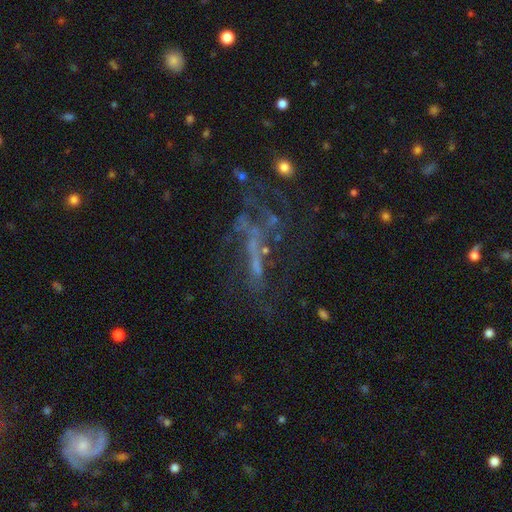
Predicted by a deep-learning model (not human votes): Smooth or featured? Predicted: featured or disk (p=0.47). Merging? Predicted: none (p=0.42).